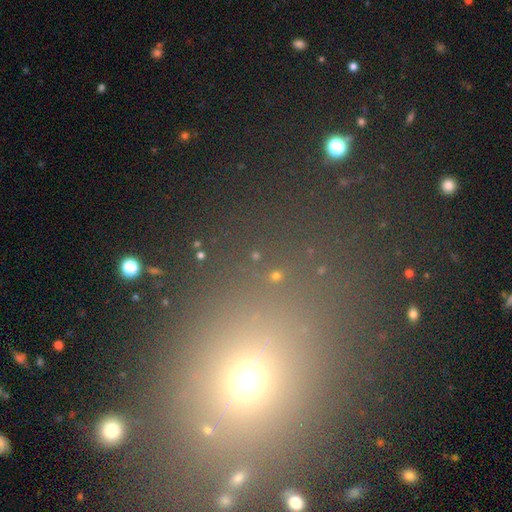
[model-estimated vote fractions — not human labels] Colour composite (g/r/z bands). It shows a smooth galaxy with no disk features (48%). Merging: none (82%).